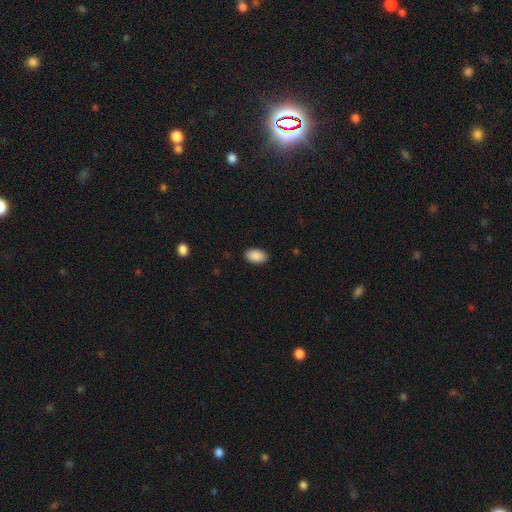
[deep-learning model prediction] This appears to be a smooth galaxy with no disk features (90%) that is in between round and cigar-shaped (93%). Merging: none (89%).